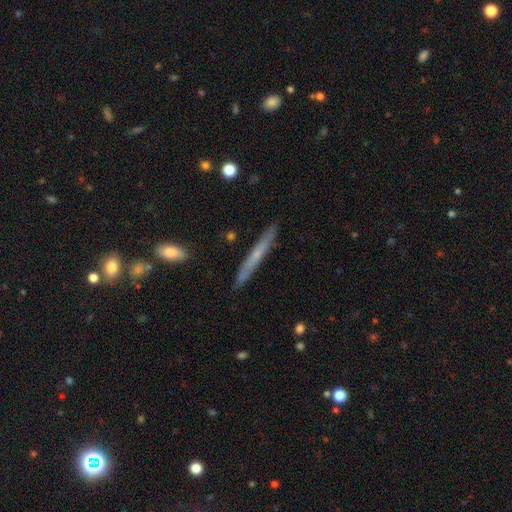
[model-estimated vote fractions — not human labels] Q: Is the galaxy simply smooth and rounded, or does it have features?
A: featured or disk — 49%.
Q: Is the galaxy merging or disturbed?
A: none — 87%.